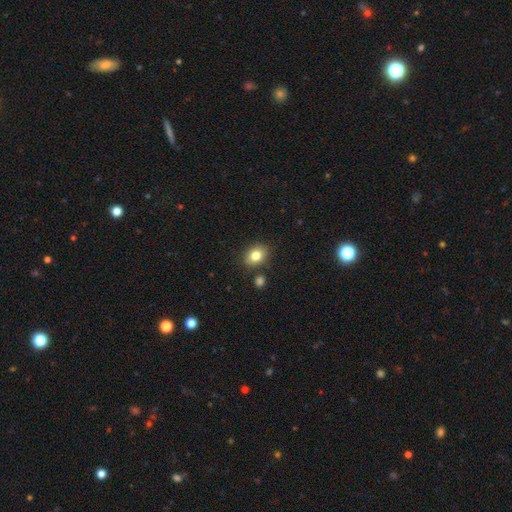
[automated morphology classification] Overall: smooth (81%). How rounded: in between (57%; round 42%). Merging: none (81%).